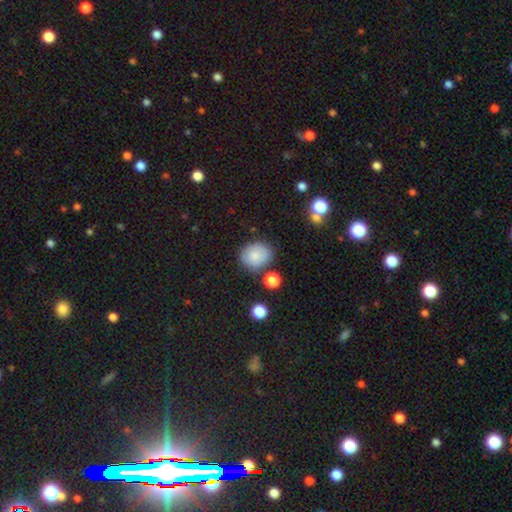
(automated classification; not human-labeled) A smooth galaxy with no disk features (82%) that is round (63%). Merging: none (76%).